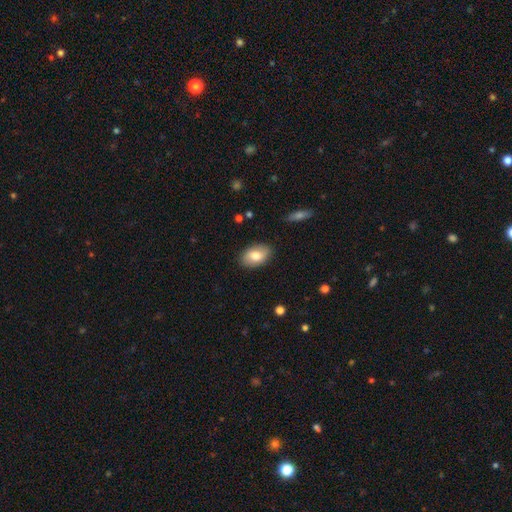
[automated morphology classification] smooth_or_featured: smooth (p=0.77) [alt: featured or disk p=0.17]
how_rounded: in between (p=0.89) [alt: round p=0.10]
merging: none (p=0.87) [alt: minor disturbance p=0.09]